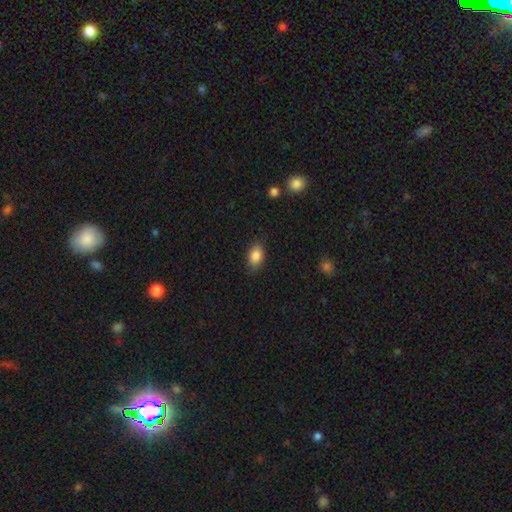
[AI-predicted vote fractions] smooth_or_featured: smooth (p=0.86) [alt: star or artifact p=0.08]
how_rounded: in between (p=0.85) [alt: round p=0.13]
merging: none (p=0.83) [alt: minor disturbance p=0.13]